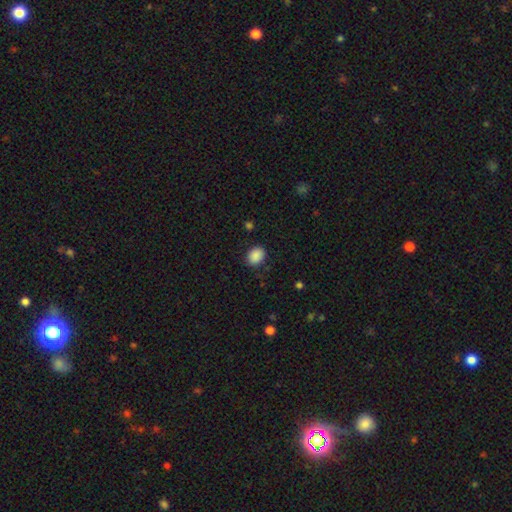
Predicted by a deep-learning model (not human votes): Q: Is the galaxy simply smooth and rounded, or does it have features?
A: smooth — 89%.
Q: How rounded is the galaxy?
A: in between — 60%.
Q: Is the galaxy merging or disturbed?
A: none — 85%.